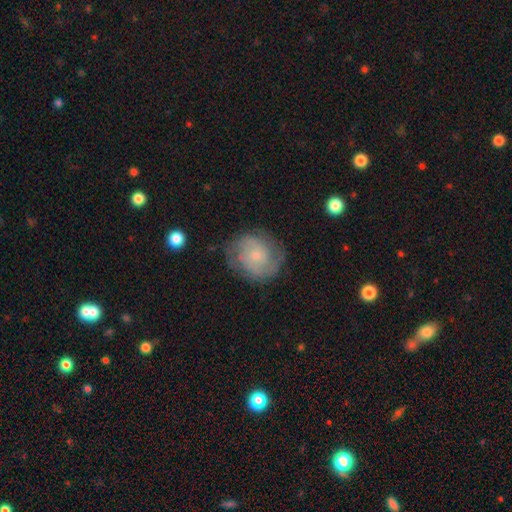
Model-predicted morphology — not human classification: Smooth or featured? Predicted: featured or disk (p=0.69). Edge-on disk? Predicted: no (p=0.98). Bar? Predicted: no (p=0.74). Spiral arms? Predicted: yes (p=0.91). Spiral winding? Predicted: tight (p=0.49). Spiral arm count? Predicted: 2 (p=0.61). Bulge size? Predicted: small (p=0.72). Merging? Predicted: none (p=0.75).